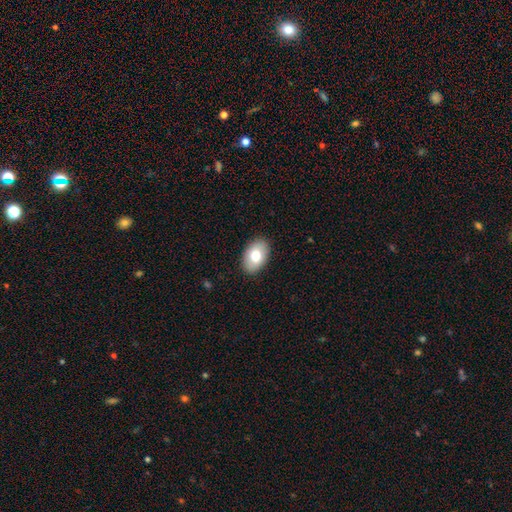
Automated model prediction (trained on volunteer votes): Smooth or featured?
  - smooth: 75% *
  - featured or disk: 18%
  - star or artifact: 7%
How rounded?
  - in between: 90% *
  - round: 9%
  - cigar-shaped: 1%
Merging?
  - none: 89% *
  - minor disturbance: 8%
  - major disturbance: 2%
  - merger: 1%